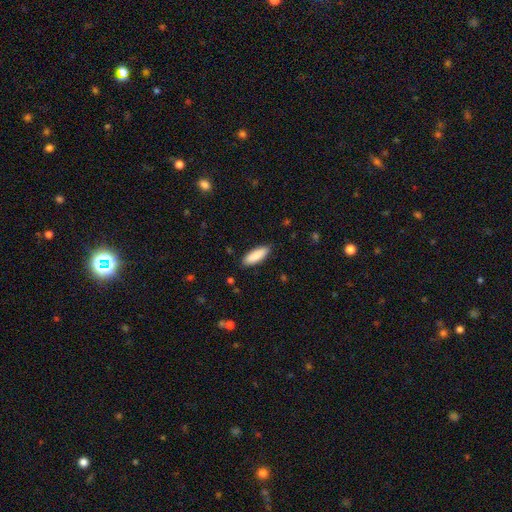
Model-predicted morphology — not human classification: This appears to be a smooth galaxy with no disk features (88%) that is in between round and cigar-shaped (57%). Merging: none (88%).